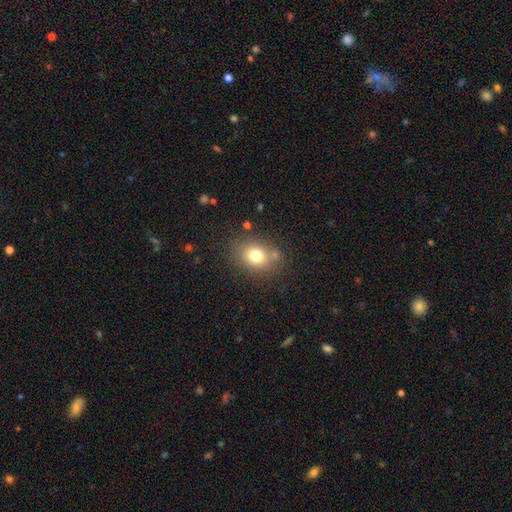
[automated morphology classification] smooth 76%, star or artifact 12%, featured or disk 12%. Down the decision tree: how rounded — in between (56%); merging — none (75%).